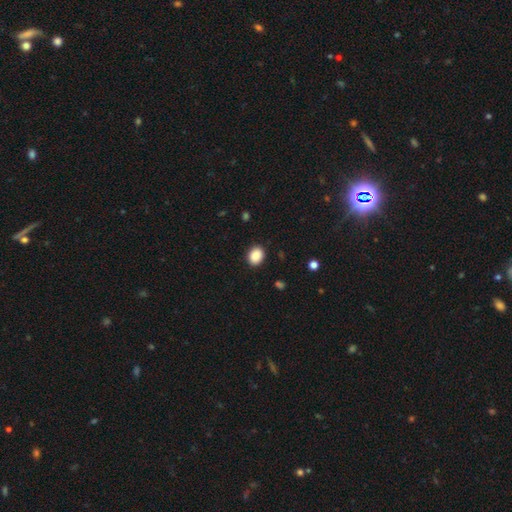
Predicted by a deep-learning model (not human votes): Smooth or featured: smooth — 89% (star or artifact — 8%)
How rounded: in between — 56% (round — 43%)
Merging: none — 89% (minor disturbance — 8%)